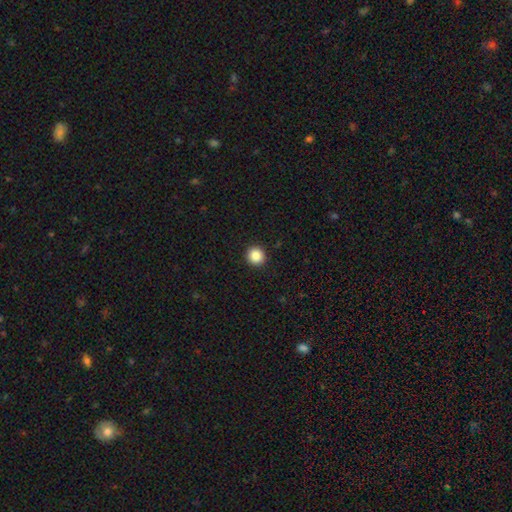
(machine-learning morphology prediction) Overall: smooth (87%). How rounded: round (95%). Merging: none (93%).